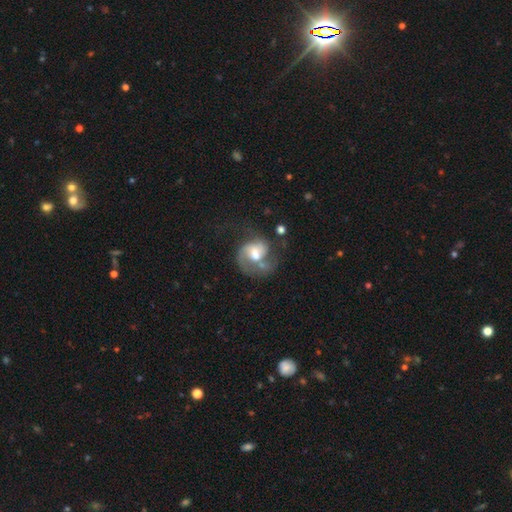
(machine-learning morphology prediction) A featured or disk galaxy (70%) with no bar (52%), 2 (51%) medium (46%) spiral arms (83%) and a moderate central bulge (57%). Merging: none (32%).